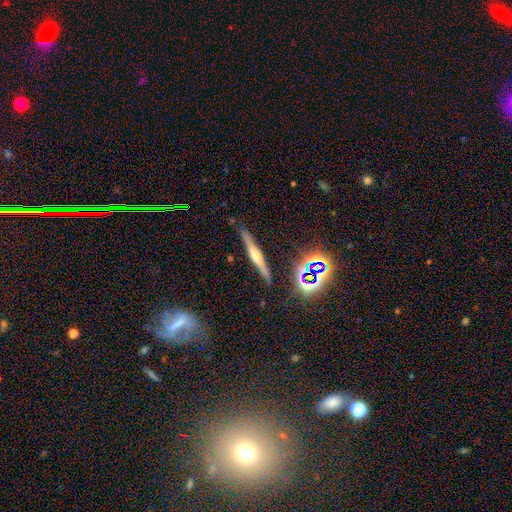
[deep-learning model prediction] Smooth or featured: featured or disk — 64% (smooth — 24%)
Edge-on disk: yes — 97% (no — 3%)
Edge-on bulge: rounded — 78% (boxy — 13%)
Merging: none — 87% (minor disturbance — 9%)